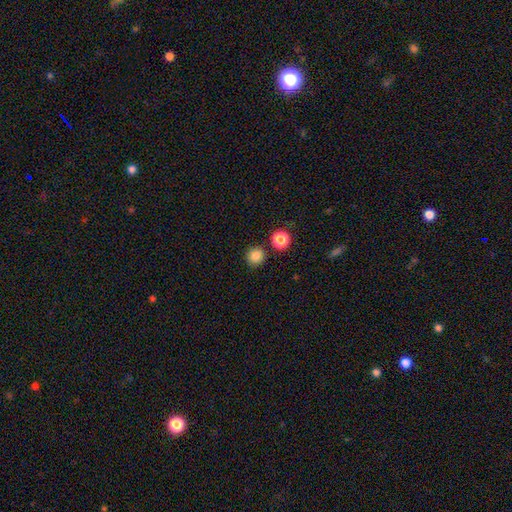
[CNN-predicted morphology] Q: Smooth or featured?
A: smooth (85%); runner-up: star or artifact (11%)
Q: How rounded?
A: round (92%); runner-up: in between (7%)
Q: Merging?
A: none (87%); runner-up: minor disturbance (6%)